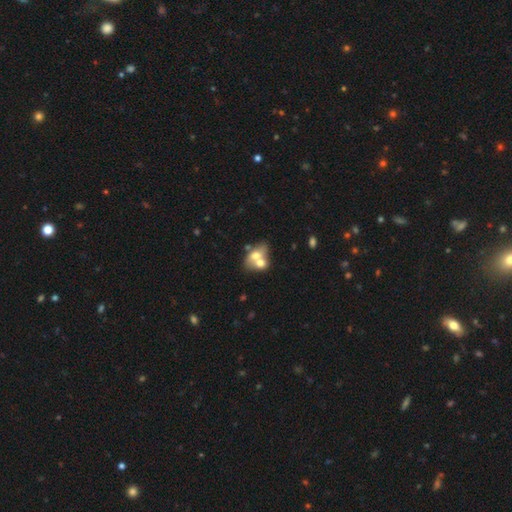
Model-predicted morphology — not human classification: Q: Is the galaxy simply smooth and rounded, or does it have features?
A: smooth — 59%.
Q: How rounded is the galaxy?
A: in between — 66%.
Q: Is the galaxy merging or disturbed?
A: merger — 66%.